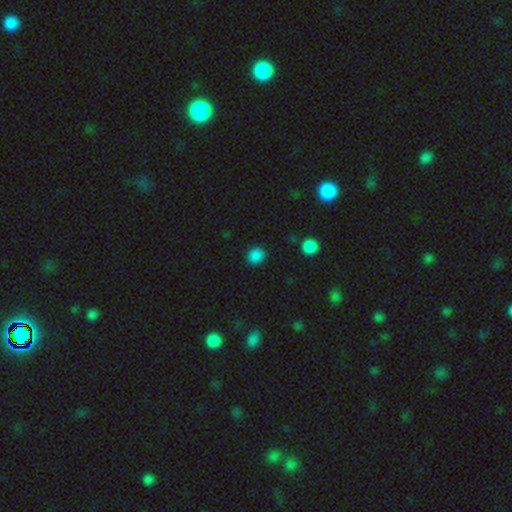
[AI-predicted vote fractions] Smooth or featured? Predicted: smooth (p=0.85). How rounded? Predicted: round (p=0.78). Merging? Predicted: none (p=0.89).